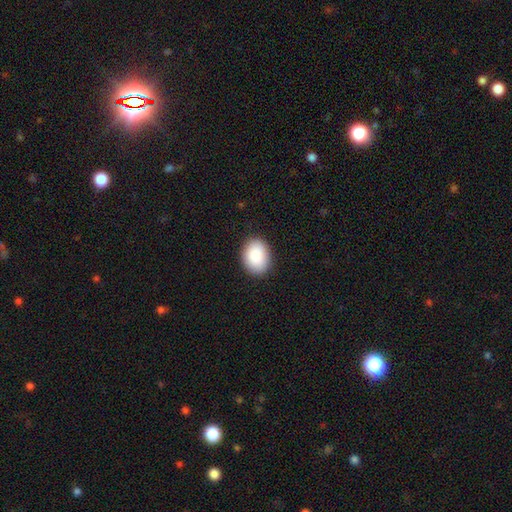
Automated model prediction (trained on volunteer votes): Overall: smooth (88%). How rounded: in between (71%). Merging: none (88%).